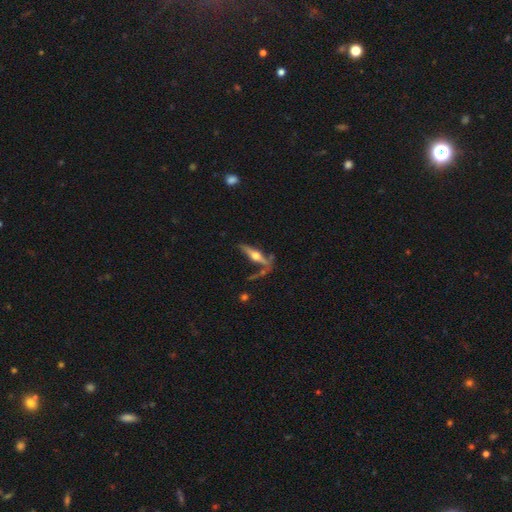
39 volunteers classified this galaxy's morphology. This is likely a featured or disk galaxy (64%). It is clearly viewed edge-on (96%). Edge-on bulge: clearly rounded (100%). Merging: likely none (66%).